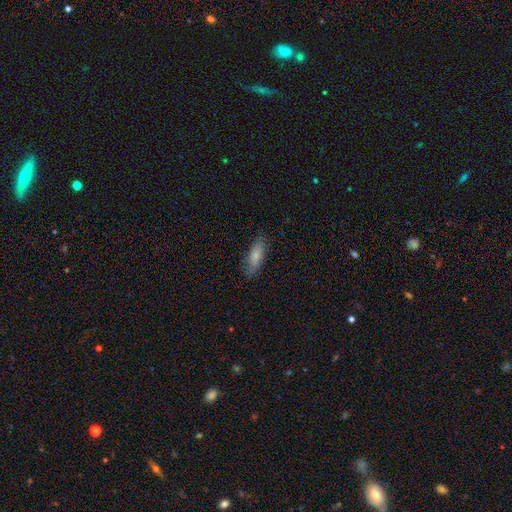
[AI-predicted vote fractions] The model was most divided on "how rounded": in between: 66%, cigar-shaped: 32%, round: 2%. More confident: merging — none (78%); smooth or featured — smooth (77%).